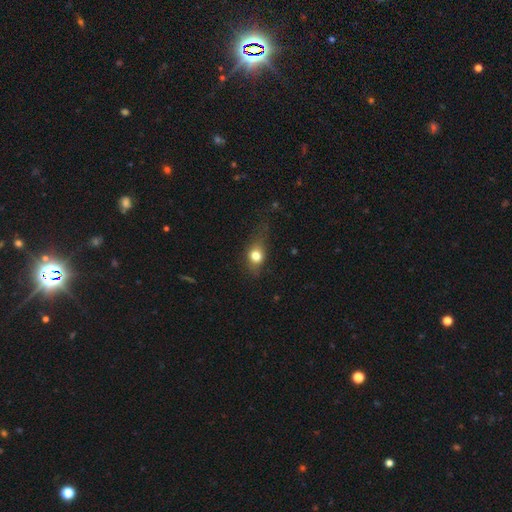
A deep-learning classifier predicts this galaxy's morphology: The model was most divided on "how rounded": in between: 48%, round: 47%, cigar-shaped: 5%. More confident: smooth or featured — smooth (73%); merging — none (56%).